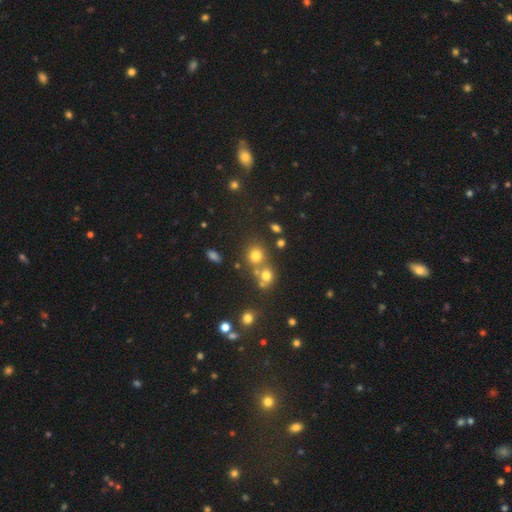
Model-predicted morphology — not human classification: Overall: smooth (72%). How rounded: round (84%). Merging: none (59%; merger 28%).